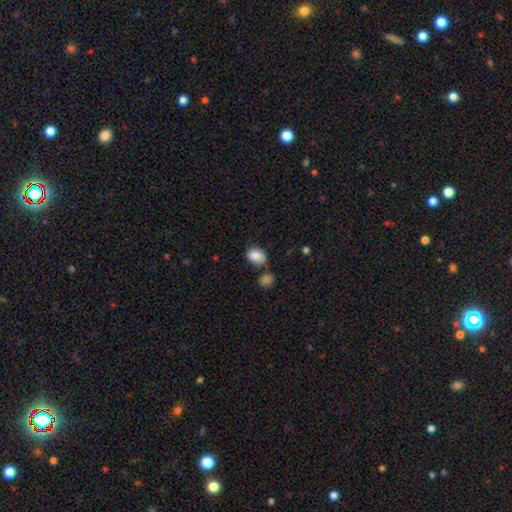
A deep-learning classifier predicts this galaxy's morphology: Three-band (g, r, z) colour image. It shows a smooth galaxy with no disk features (86%) that is in between round and cigar-shaped (68%). Merging: none (62%).